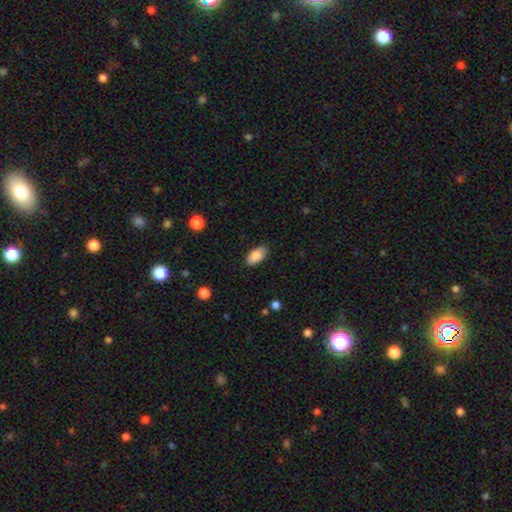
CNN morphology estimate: Smooth or featured? Predicted: smooth (p=0.86). How rounded? Predicted: in between (p=0.92). Merging? Predicted: none (p=0.84).